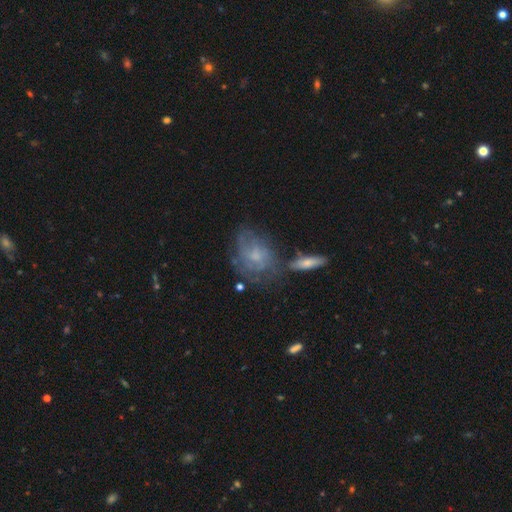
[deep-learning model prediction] featured or disk 59%, smooth 32%, star or artifact 9%. Down the decision tree: edge-on disk — no (95%); bar — no (72%); spiral arms — yes (68%); bulge size — small (52%); merging — none (51%).